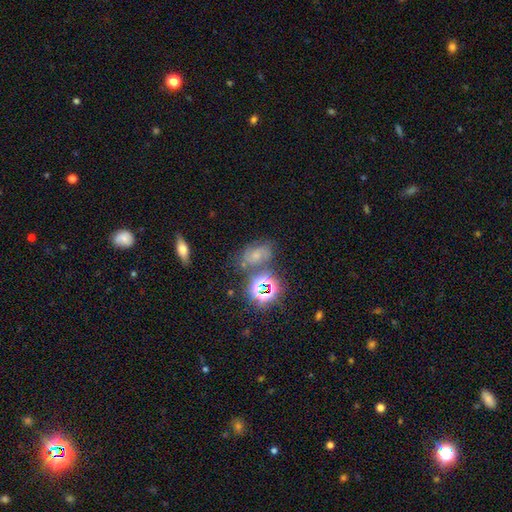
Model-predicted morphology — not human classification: Smooth or featured?
  - featured or disk: 36% *
  - smooth: 32%
  - star or artifact: 32%
Merging?
  - none: 58% *
  - minor disturbance: 19%
  - merger: 14%
  - major disturbance: 9%